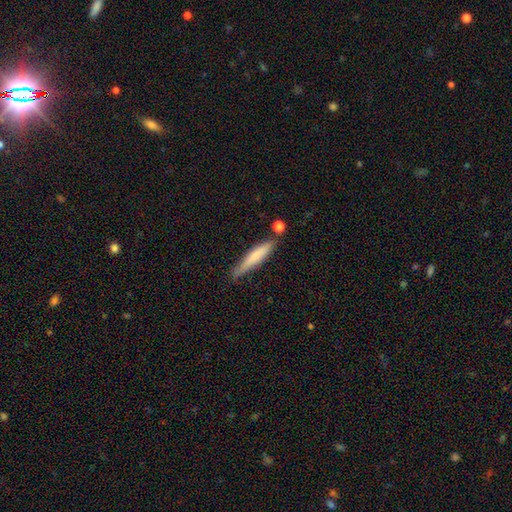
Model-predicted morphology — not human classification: The model was most divided on "smooth or featured": smooth: 66%, featured or disk: 27%, star or artifact: 6%. More confident: how rounded — cigar-shaped (90%); merging — none (71%).